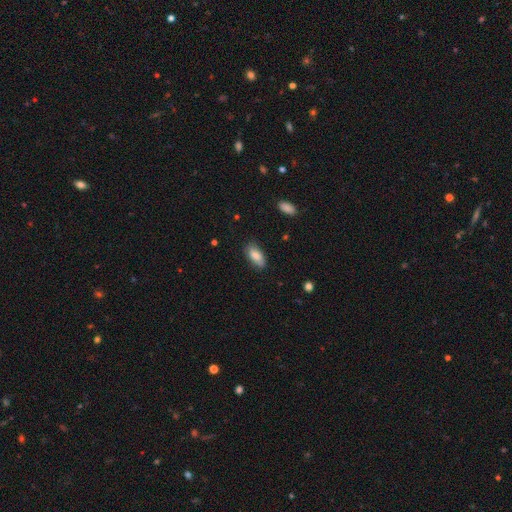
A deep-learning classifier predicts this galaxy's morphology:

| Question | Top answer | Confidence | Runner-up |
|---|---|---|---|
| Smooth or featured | smooth | 85% | featured or disk (9%) |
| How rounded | in between | 88% | cigar-shaped (10%) |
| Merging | none | 79% | minor disturbance (16%) |